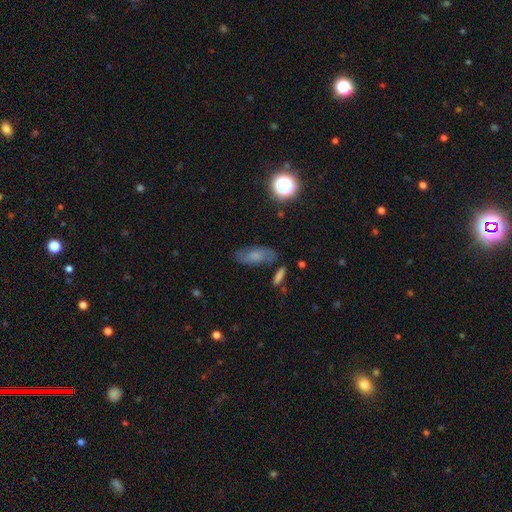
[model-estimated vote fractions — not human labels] Smooth or featured: smooth — 52% (featured or disk — 33%)
How rounded: in between — 77% (cigar-shaped — 16%)
Merging: none — 70% (minor disturbance — 18%)